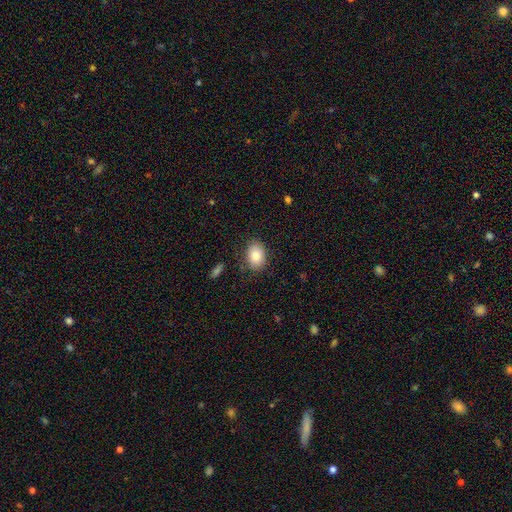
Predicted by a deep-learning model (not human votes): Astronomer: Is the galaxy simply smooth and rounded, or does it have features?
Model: smooth — 82%.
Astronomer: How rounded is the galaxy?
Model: in between — 76%.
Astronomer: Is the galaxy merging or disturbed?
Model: none — 82%.